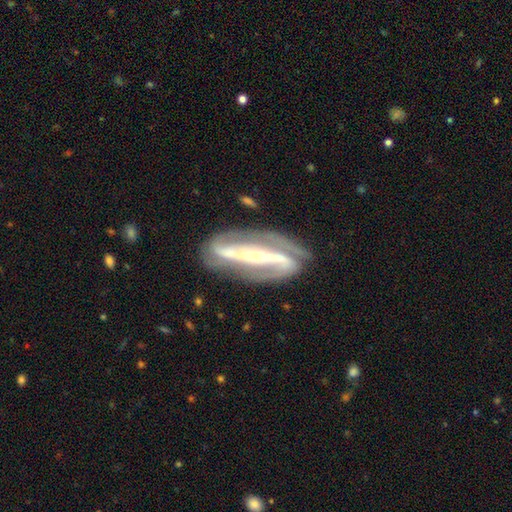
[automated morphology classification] featured or disk 88%, smooth 7%, star or artifact 5%. Down the decision tree: edge-on disk — no (85%); bar — strong (84%); spiral arms — yes (92%); spiral arm count — 2 (91%); spiral winding — medium (41%); bulge size — small (50%); merging — none (77%).